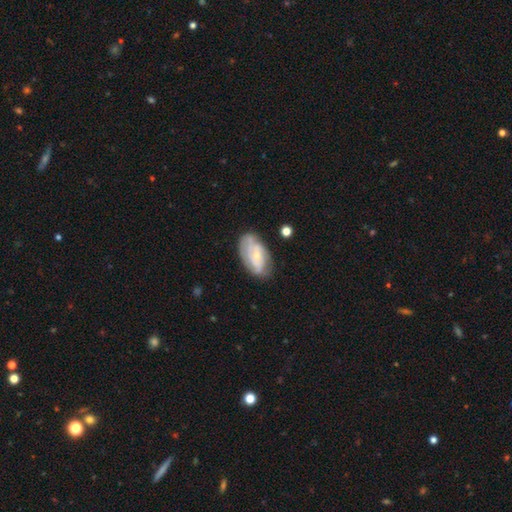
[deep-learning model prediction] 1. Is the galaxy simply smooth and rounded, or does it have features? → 56% featured or disk, 37% smooth, 7% star or artifact.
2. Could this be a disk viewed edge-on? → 94% no, 6% yes.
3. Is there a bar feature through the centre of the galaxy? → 72% no, 23% weak, 6% strong.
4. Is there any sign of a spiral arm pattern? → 63% yes, 37% no.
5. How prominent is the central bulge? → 69% small, 26% moderate, 3% none, 1% large, 1% dominant.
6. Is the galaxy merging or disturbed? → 63% none, 25% minor disturbance, 9% major disturbance, 3% merger.